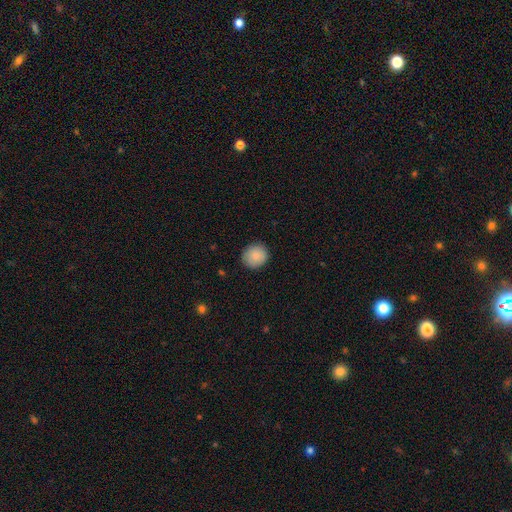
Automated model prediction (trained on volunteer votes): The model was most divided on "how rounded": round: 87%, in between: 13%, cigar-shaped: 1%. More confident: merging — none (89%); smooth or featured — smooth (87%).